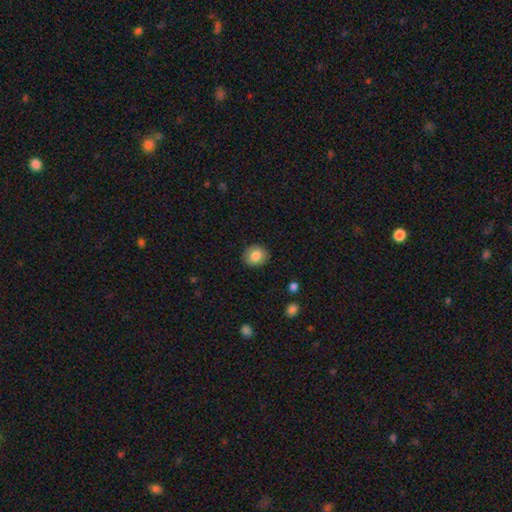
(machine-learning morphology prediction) Smooth or featured: smooth — 83% (featured or disk — 9%)
How rounded: round — 65% (in between — 34%)
Merging: none — 87% (minor disturbance — 9%)